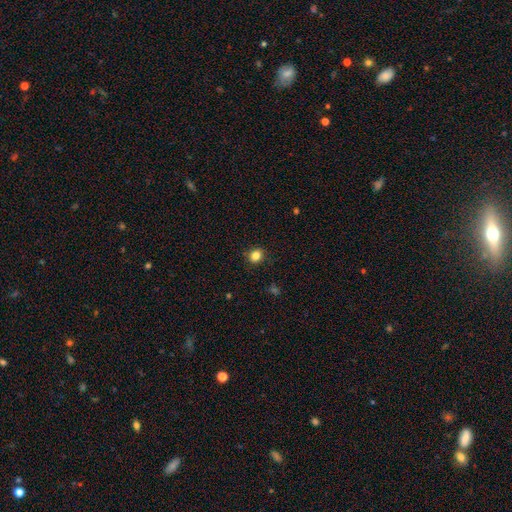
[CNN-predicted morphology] smooth 84%, star or artifact 12%, featured or disk 4%. Down the decision tree: how rounded — round (81%); merging — none (89%).